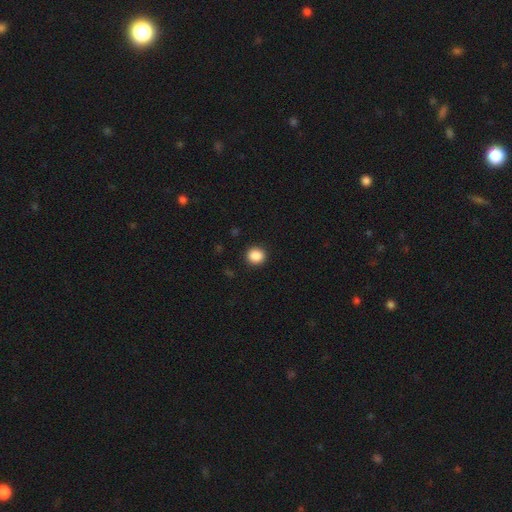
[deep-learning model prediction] Smooth or featured? Predicted: smooth (p=0.88). How rounded? Predicted: round (p=0.89). Merging? Predicted: none (p=0.92).